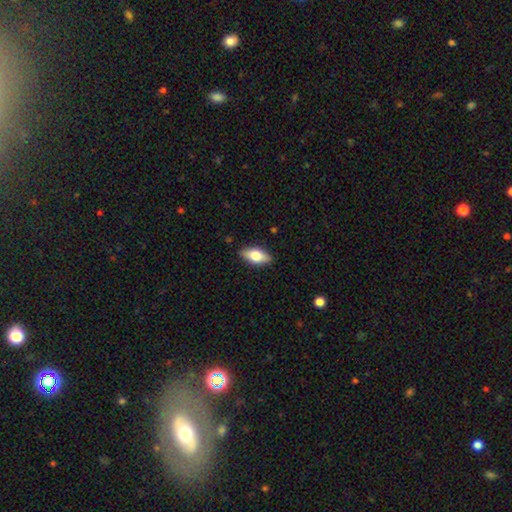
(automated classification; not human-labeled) This appears to be a smooth galaxy with no disk features (68%) that is in between round and cigar-shaped (86%). Merging: none (86%).